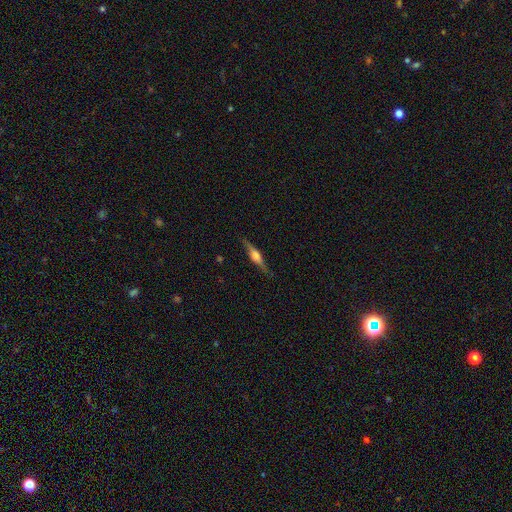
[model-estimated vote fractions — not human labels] Smooth or featured? Predicted: featured or disk (p=0.75). Edge-on disk? Predicted: yes (p=0.97). Edge-on bulge? Predicted: rounded (p=0.80). Merging? Predicted: none (p=0.87).